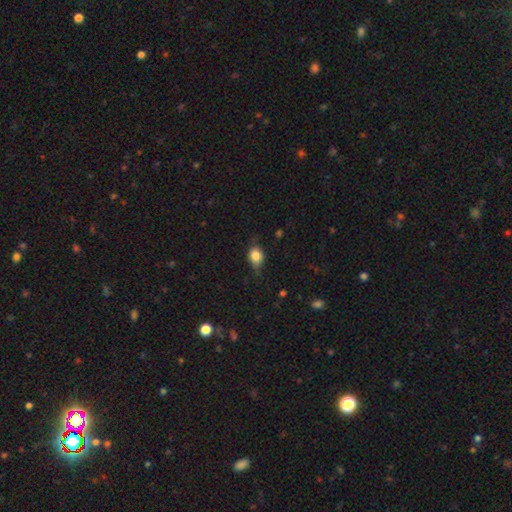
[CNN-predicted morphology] smooth 74%, featured or disk 16%, star or artifact 10%. Down the decision tree: how rounded — in between (57%); merging — none (62%).